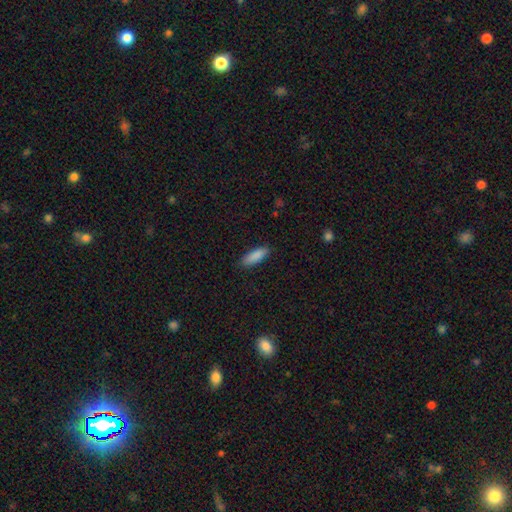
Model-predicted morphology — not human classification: This is clearly a smooth galaxy (88%). How rounded: possibly in between (59%). Merging: clearly none (87%).